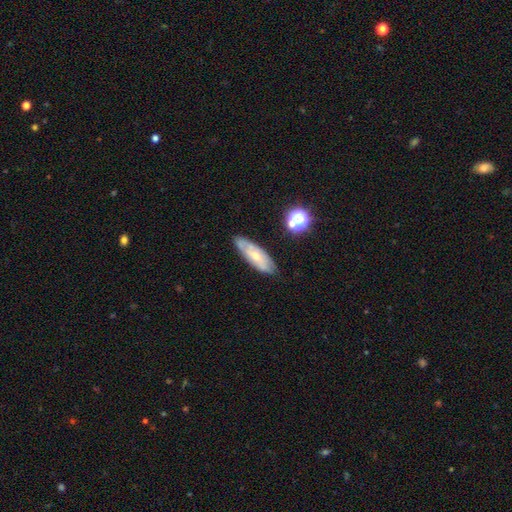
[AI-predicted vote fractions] featured or disk 48%, smooth 44%, star or artifact 8%. Down the decision tree: merging — none (72%).